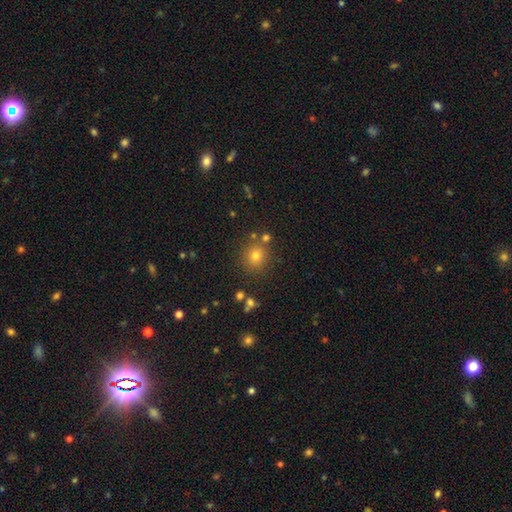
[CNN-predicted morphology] Smooth or featured: smooth — 73% (star or artifact — 19%)
How rounded: round — 90% (in between — 9%)
Merging: none — 80% (minor disturbance — 9%)